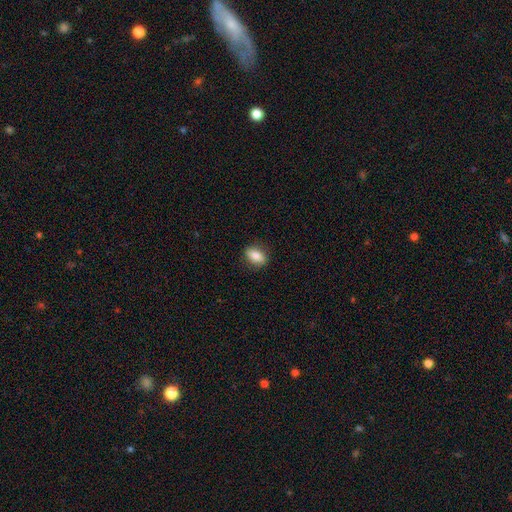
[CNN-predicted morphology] Smooth or featured: smooth — 80% (featured or disk — 13%)
How rounded: in between — 80% (round — 16%)
Merging: none — 86% (minor disturbance — 10%)